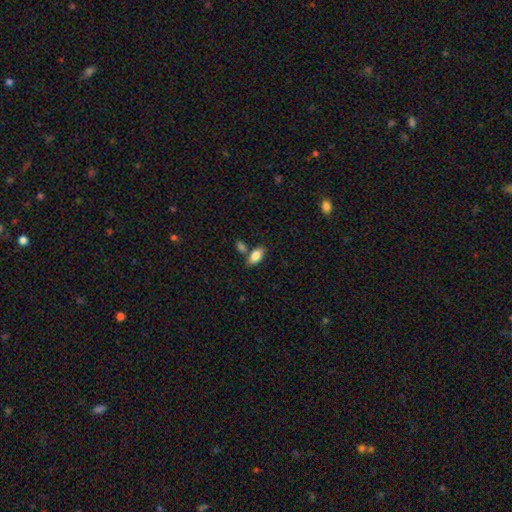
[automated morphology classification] Smooth or featured: smooth — 83% (featured or disk — 10%)
How rounded: in between — 90% (cigar-shaped — 6%)
Merging: none — 66% (merger — 17%)